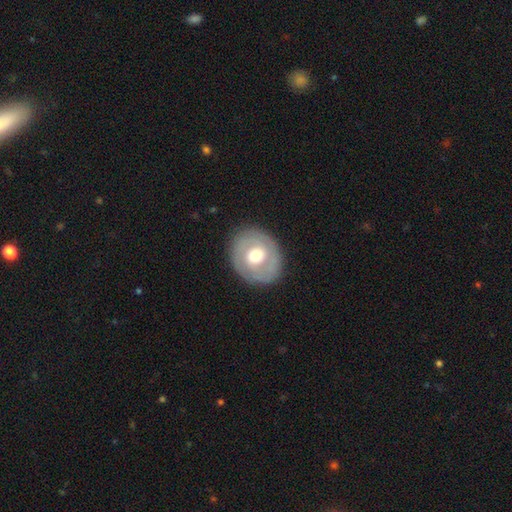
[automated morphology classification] smooth-or-featured: featured or disk: 50% | smooth: 44% | star or artifact: 6%
  disk-edge-on: no: 95% | yes: 5%
  merging: none: 85% | minor disturbance: 10% | major disturbance: 4% | merger: 1%